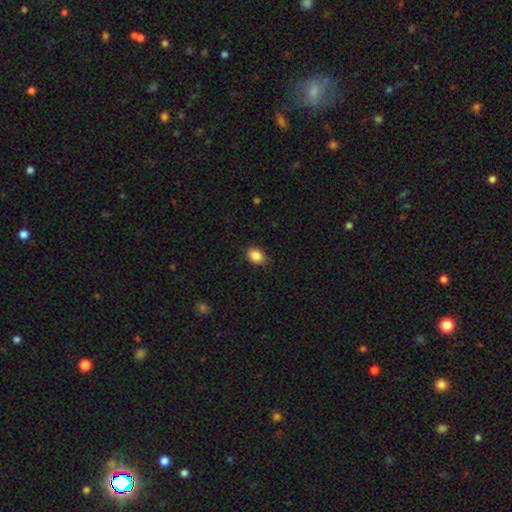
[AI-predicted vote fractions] Q: Smooth or featured?
A: smooth (88%); runner-up: star or artifact (8%)
Q: How rounded?
A: in between (71%); runner-up: round (28%)
Q: Merging?
A: none (86%); runner-up: minor disturbance (11%)